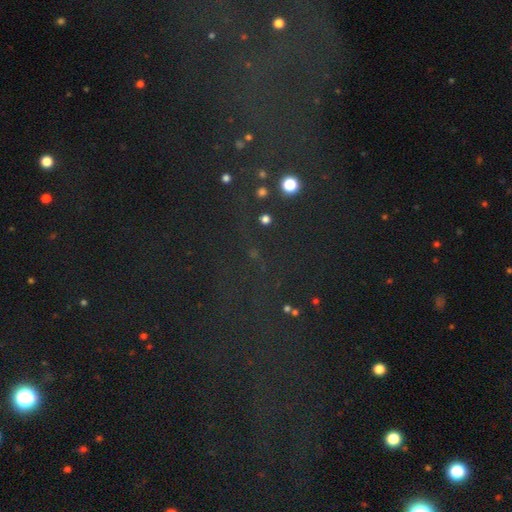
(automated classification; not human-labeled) This appears to be a star or artifact, not a galaxy (75%).